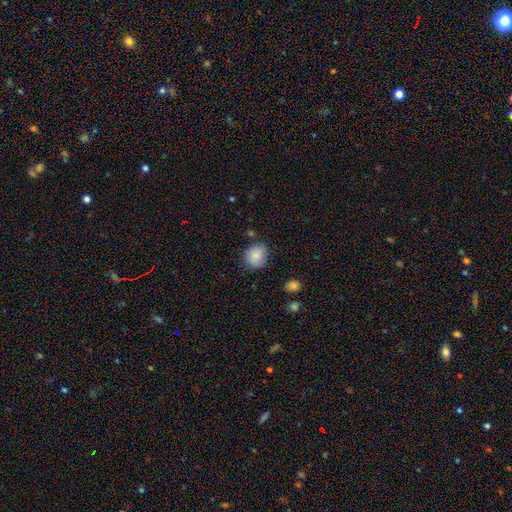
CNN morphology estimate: Smooth or featured? Predicted: smooth (p=0.84). How rounded? Predicted: round (p=0.75). Merging? Predicted: none (p=0.76).